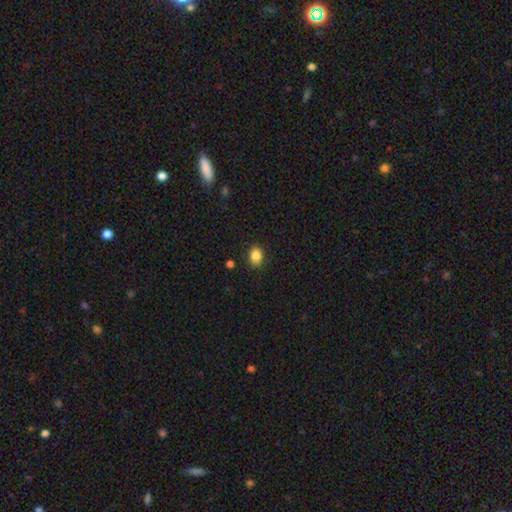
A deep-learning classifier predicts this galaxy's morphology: This appears to be a smooth galaxy with no disk features (86%) that is in between round and cigar-shaped (63%). Merging: none (88%).